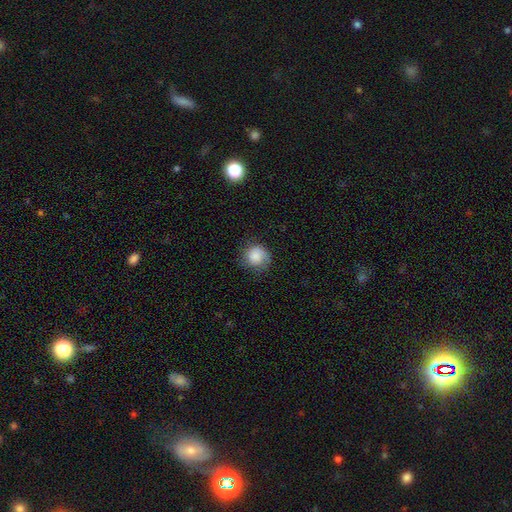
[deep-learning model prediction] A smooth galaxy with no disk features (77%) that is round (86%).

Vote fractions:
- Smooth or featured? smooth: 77% / featured or disk: 15% / star or artifact: 8%
- How rounded? round: 86% / in between: 13% / cigar-shaped: 1%
- Merging? none: 68% / minor disturbance: 22% / major disturbance: 9% / merger: 1%